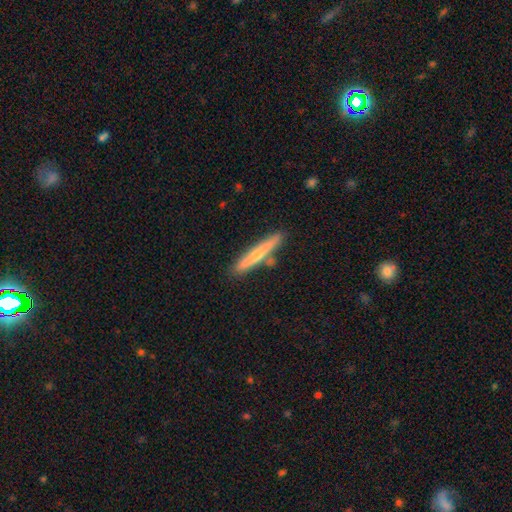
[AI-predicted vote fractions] Q: Smooth or featured?
A: featured or disk (52%); runner-up: smooth (40%)
Q: Edge-on disk?
A: yes (95%); runner-up: no (5%)
Q: Merging?
A: none (85%); runner-up: minor disturbance (10%)